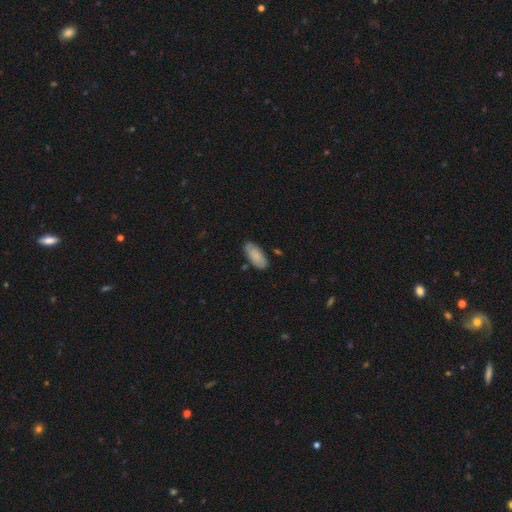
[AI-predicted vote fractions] A smooth galaxy with no disk features (79%) that is in between round and cigar-shaped (88%).

Vote fractions:
- Smooth or featured? smooth: 79% / featured or disk: 15% / star or artifact: 6%
- How rounded? in between: 88% / cigar-shaped: 10% / round: 2%
- Merging? none: 75% / minor disturbance: 18% / major disturbance: 3% / merger: 3%